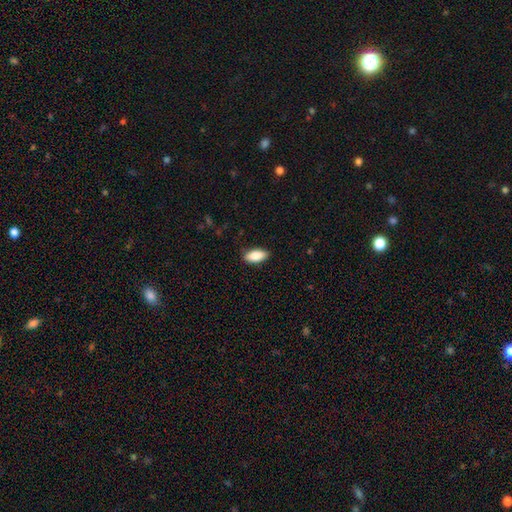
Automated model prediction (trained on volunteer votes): smooth_or_featured: smooth (p=0.86) [alt: featured or disk p=0.08]
how_rounded: in between (p=0.89) [alt: cigar-shaped p=0.08]
merging: none (p=0.87) [alt: minor disturbance p=0.10]